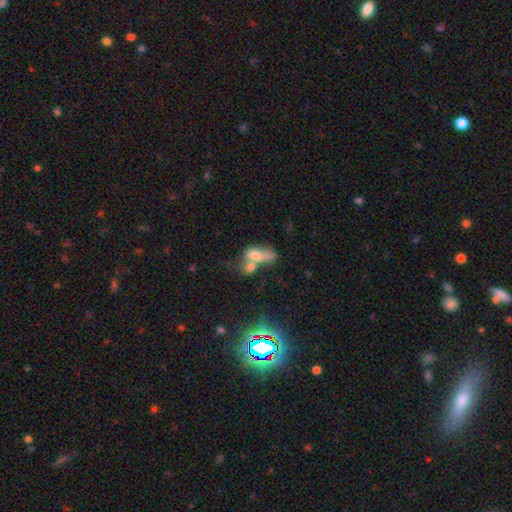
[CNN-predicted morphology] The model was most divided on "smooth or featured": smooth: 62%, featured or disk: 26%, star or artifact: 12%. More confident: how rounded — in between (78%); merging — merger (64%).